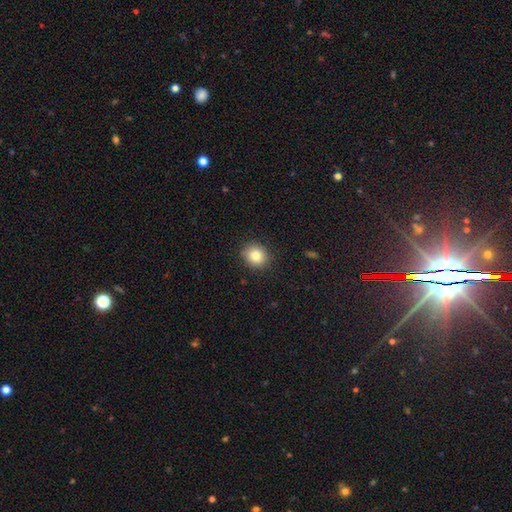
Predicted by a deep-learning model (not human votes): smooth-or-featured: smooth: 84% | star or artifact: 9% | featured or disk: 7%
  how-rounded: round: 75% | in between: 24% | cigar-shaped: 1%
  merging: none: 89% | minor disturbance: 8% | major disturbance: 2% | merger: 1%